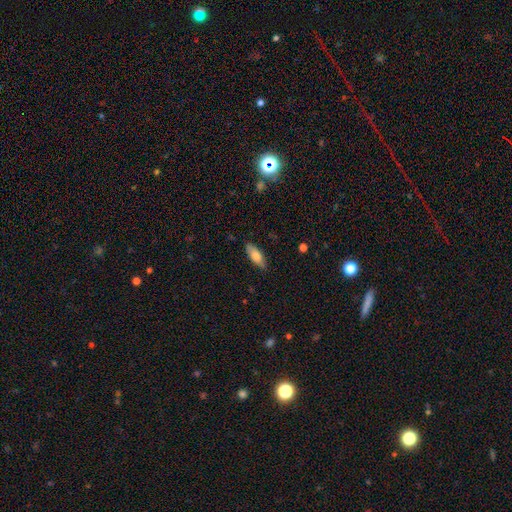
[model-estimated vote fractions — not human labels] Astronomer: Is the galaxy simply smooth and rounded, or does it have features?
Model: smooth — 77%.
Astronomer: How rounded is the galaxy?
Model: in between — 70%.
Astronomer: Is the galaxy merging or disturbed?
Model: none — 85%.